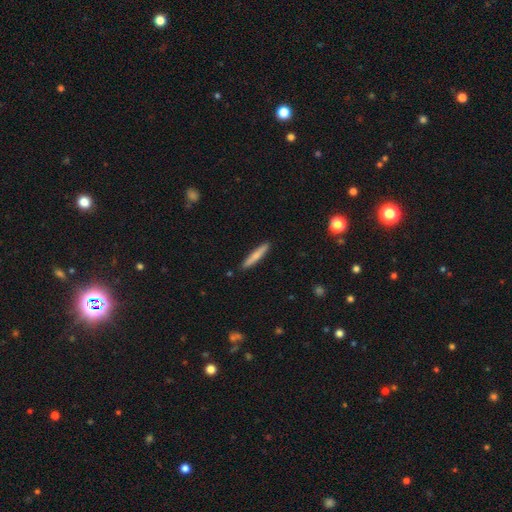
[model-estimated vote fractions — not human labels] smooth-or-featured: smooth: 70% | featured or disk: 25% | star or artifact: 6%
  how-rounded: cigar-shaped: 93% | in between: 5% | round: 1%
  merging: none: 90% | minor disturbance: 7% | major disturbance: 1% | merger: 1%